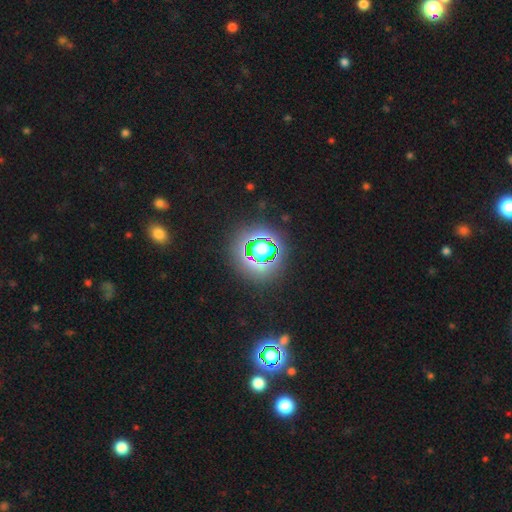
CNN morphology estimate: A star or artifact, not a galaxy (62%).

Vote fractions:
- Smooth or featured? star or artifact: 62% / smooth: 26% / featured or disk: 12%